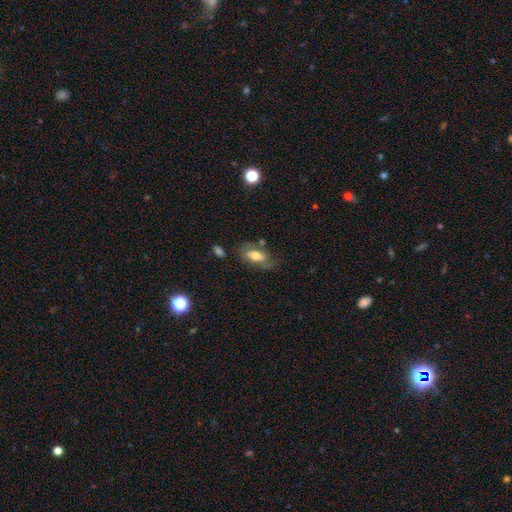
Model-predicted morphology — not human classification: Q: Smooth or featured?
A: smooth (57%); runner-up: featured or disk (36%)
Q: How rounded?
A: in between (87%); runner-up: cigar-shaped (8%)
Q: Merging?
A: none (59%); runner-up: minor disturbance (24%)